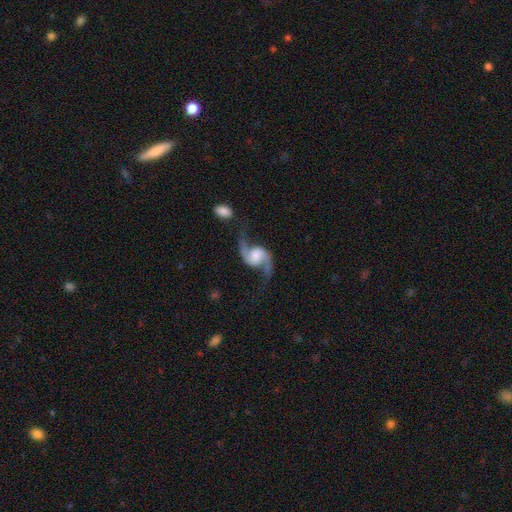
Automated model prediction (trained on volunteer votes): Smooth or featured? featured or disk (90%)
Edge-on disk? no (98%)
Bar? no (56%)
Spiral arms? yes (98%)
Spiral winding? loose (80%)
Spiral arm count? 2 (94%)
Bulge size? large (30%)
Merging? none (69%)